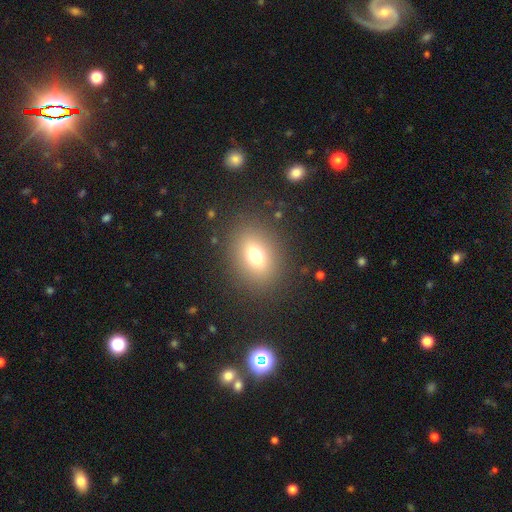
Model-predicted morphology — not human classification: Smooth or featured? smooth (72%)
How rounded? in between (61%)
Merging? none (85%)